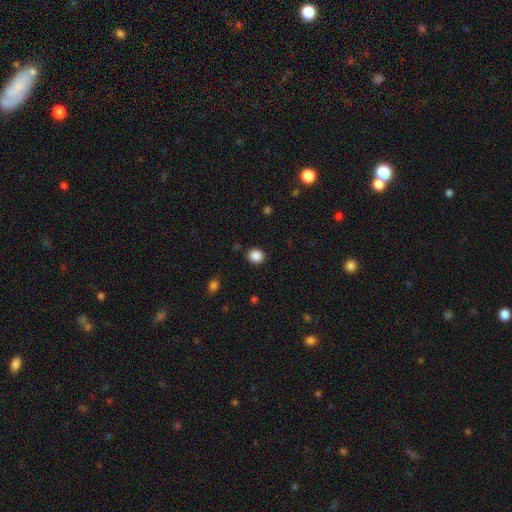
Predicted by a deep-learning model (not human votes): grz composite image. It shows a smooth galaxy with no disk features (87%) that is round (83%). Merging: none (89%).